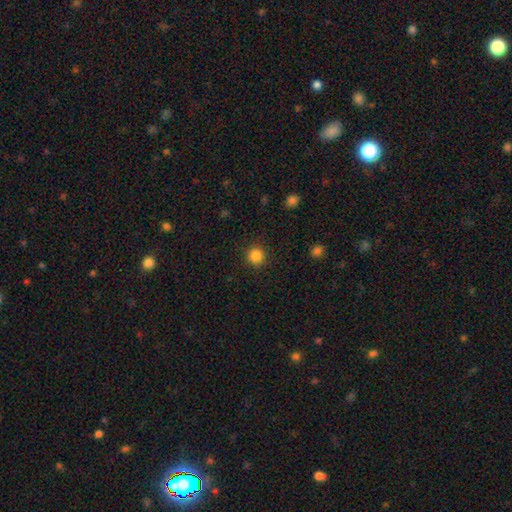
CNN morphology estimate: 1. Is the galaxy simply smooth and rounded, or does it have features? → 85% smooth, 11% star or artifact, 3% featured or disk.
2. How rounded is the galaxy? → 95% round, 4% in between, 1% cigar-shaped.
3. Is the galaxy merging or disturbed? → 92% none, 5% minor disturbance, 2% major disturbance, 1% merger.